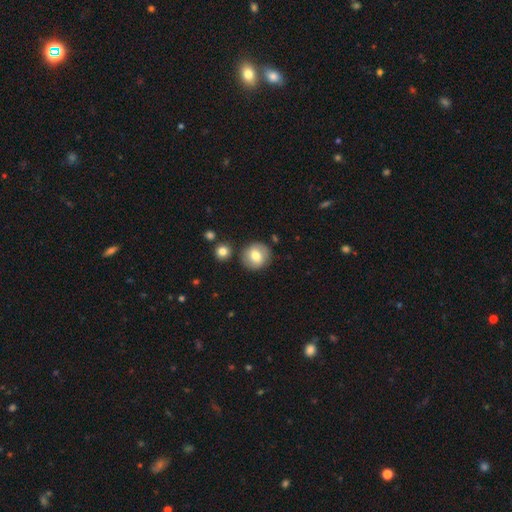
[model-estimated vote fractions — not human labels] Overall: smooth (71%). How rounded: round (88%). Merging: none (83%).